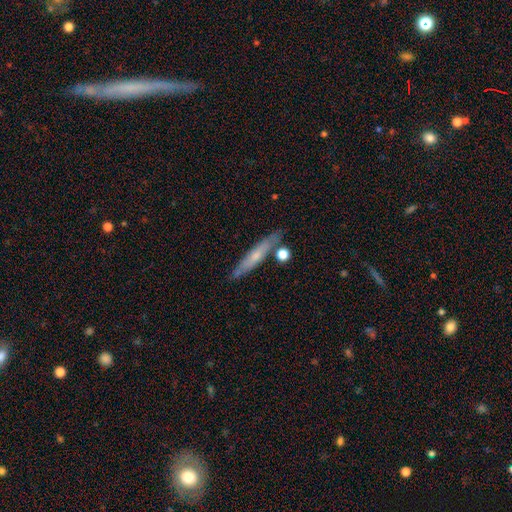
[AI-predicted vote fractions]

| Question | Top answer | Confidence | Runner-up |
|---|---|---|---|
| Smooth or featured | smooth | 48% | featured or disk (45%) |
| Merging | none | 77% | minor disturbance (14%) |